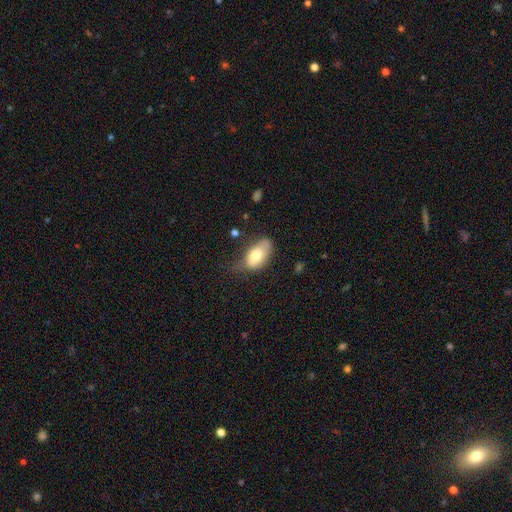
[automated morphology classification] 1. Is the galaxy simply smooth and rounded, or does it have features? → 74% smooth, 20% featured or disk, 7% star or artifact.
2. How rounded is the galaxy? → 92% in between, 5% round, 3% cigar-shaped.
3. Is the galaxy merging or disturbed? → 43% none, 38% minor disturbance, 16% major disturbance, 4% merger.